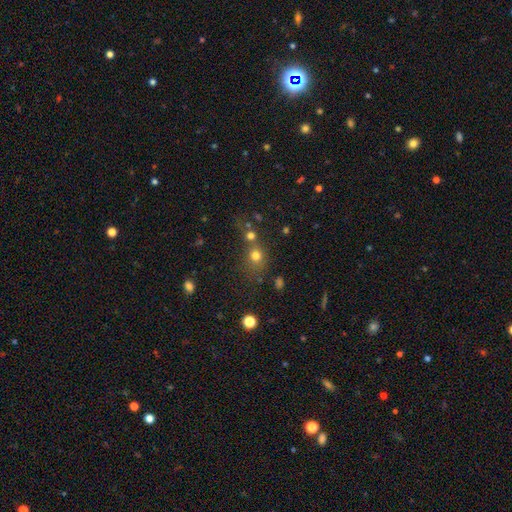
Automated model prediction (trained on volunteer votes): Overall: smooth (71%). How rounded: round (79%). Merging: none (49%; merger 34%).